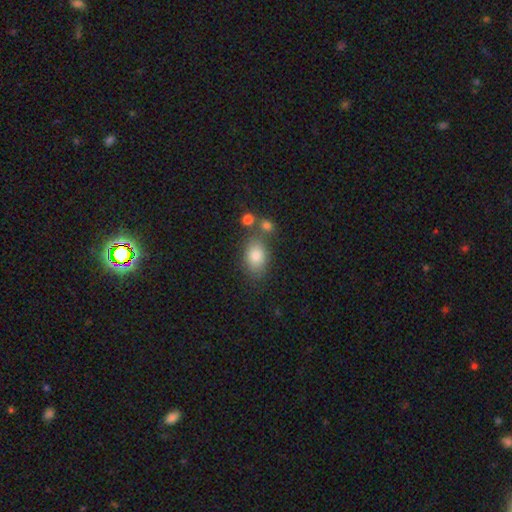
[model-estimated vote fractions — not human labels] A smooth galaxy with no disk features (82%) that is in between round and cigar-shaped (83%). Merging: none (65%).